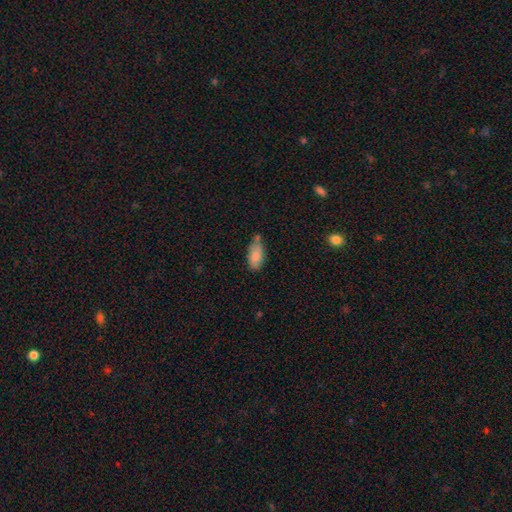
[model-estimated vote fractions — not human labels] Smooth or featured?
  - smooth: 83% *
  - featured or disk: 10%
  - star or artifact: 7%
How rounded?
  - in between: 90% *
  - cigar-shaped: 7%
  - round: 3%
Merging?
  - none: 52% *
  - minor disturbance: 28%
  - merger: 13%
  - major disturbance: 6%